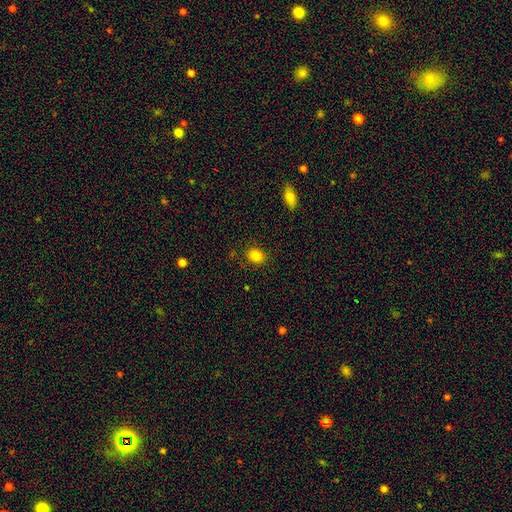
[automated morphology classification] Overall: smooth (84%). How rounded: round (57%; in between 42%). Merging: none (85%).